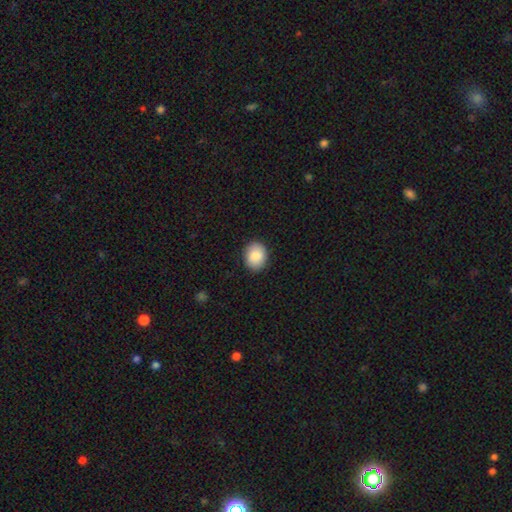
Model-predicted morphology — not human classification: smooth 88%, star or artifact 7%, featured or disk 5%. Down the decision tree: how rounded — round (50%); merging — none (89%).